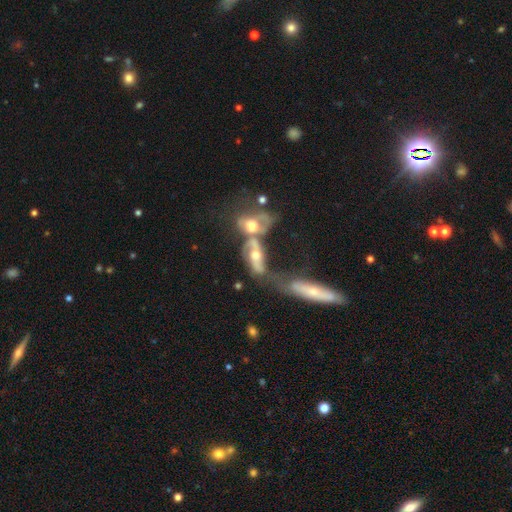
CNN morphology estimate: Overall: featured or disk (66%). Edge-on disk: no (86%). Bar: no (55%; weak 31%). Spiral arms: yes (78%). Bulge size: moderate (62%). Merging: merger (68%).